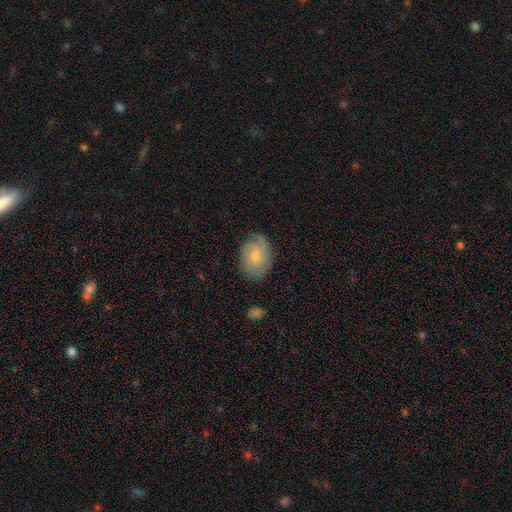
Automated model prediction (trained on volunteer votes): Smooth or featured: smooth — 48% (featured or disk — 44%)
Merging: none — 73% (minor disturbance — 20%)